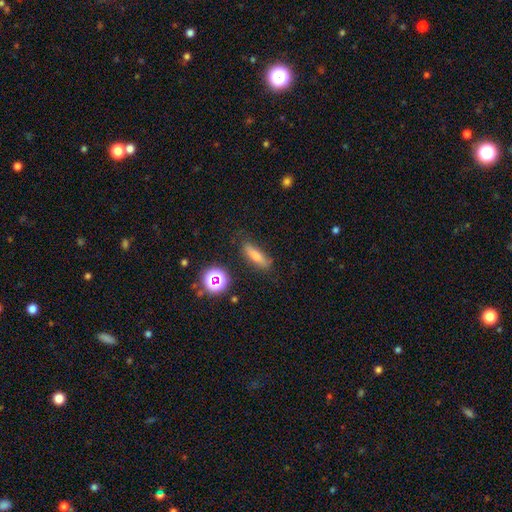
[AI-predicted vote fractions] Q: Smooth or featured?
A: smooth (74%); runner-up: featured or disk (13%)
Q: How rounded?
A: cigar-shaped (58%); runner-up: in between (37%)
Q: Merging?
A: none (77%); runner-up: minor disturbance (15%)